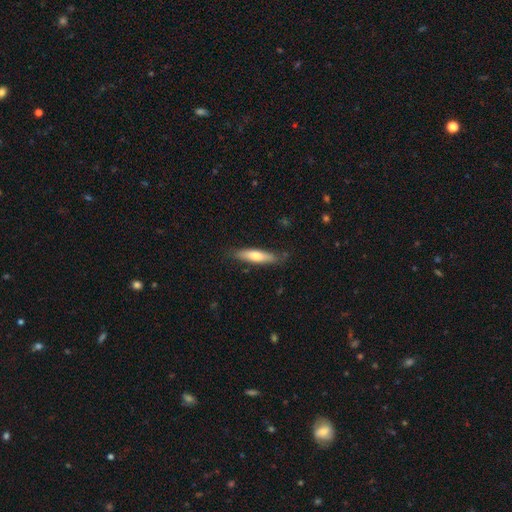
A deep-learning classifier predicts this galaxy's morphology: type=smooth (68%); roundness=cigar-shaped (68%); merging=none (80%).